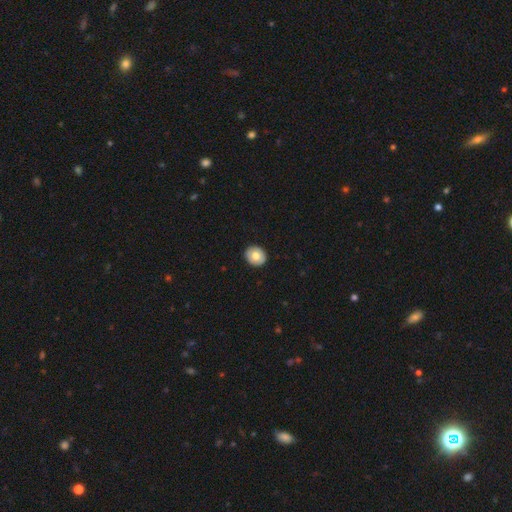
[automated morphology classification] Smooth or featured? smooth (68%)
How rounded? round (79%)
Merging? none (91%)